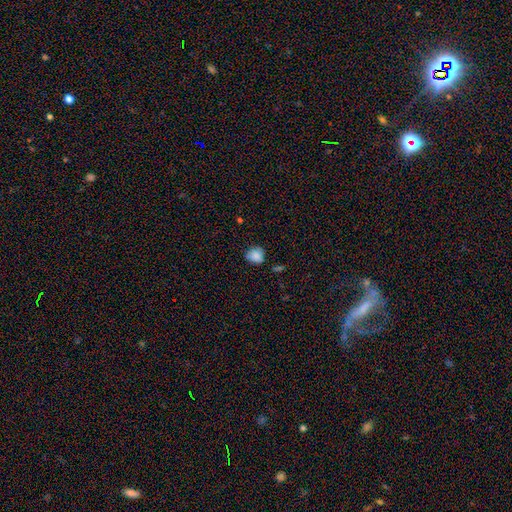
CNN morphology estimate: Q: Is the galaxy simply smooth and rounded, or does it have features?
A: smooth — 84%.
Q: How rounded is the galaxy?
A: round — 83%.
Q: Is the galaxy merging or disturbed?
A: none — 72%.